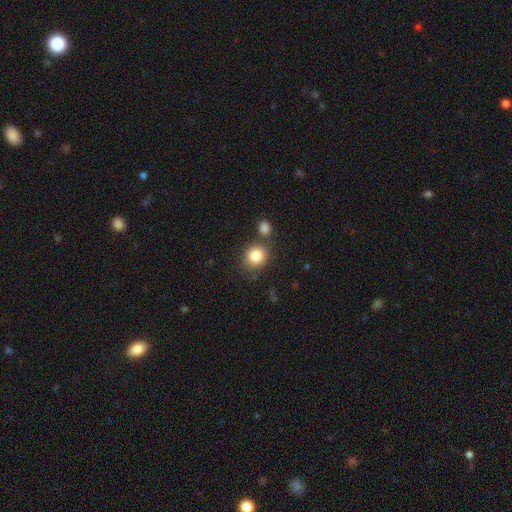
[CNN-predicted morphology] Overall: smooth (84%). How rounded: round (76%). Merging: none (70%).